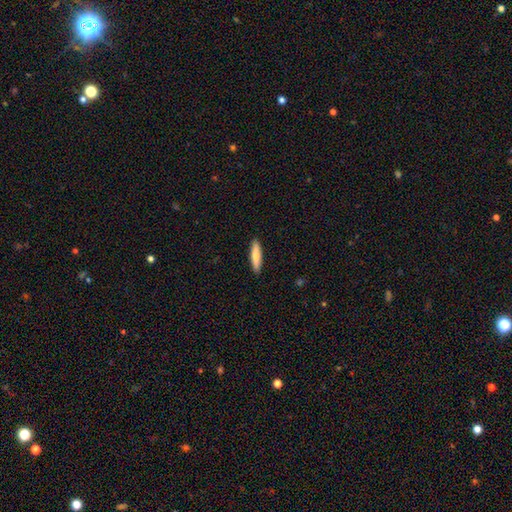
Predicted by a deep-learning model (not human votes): Overall: smooth (77%). How rounded: cigar-shaped (82%). Merging: none (91%).